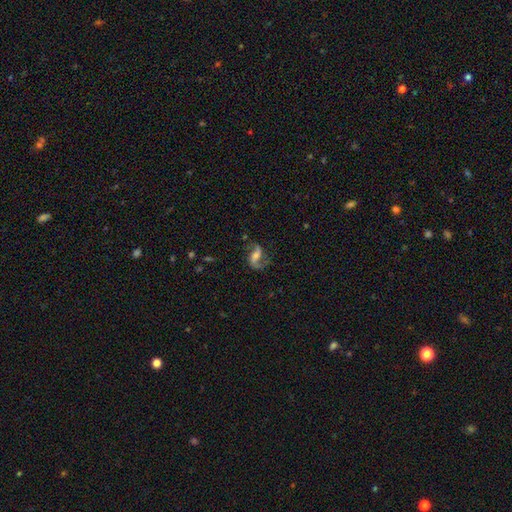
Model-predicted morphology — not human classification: A featured or disk galaxy (84%) with a weak bar (41%), 2 (88%) loose (62%) spiral arms (96%) and a moderate central bulge (46%). Merging: none (70%).